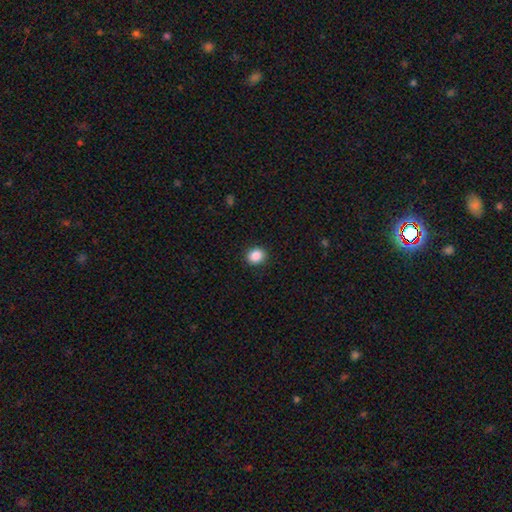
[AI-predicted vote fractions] Morphology: type=smooth (88%); roundness=round (72%); merging=none (91%).